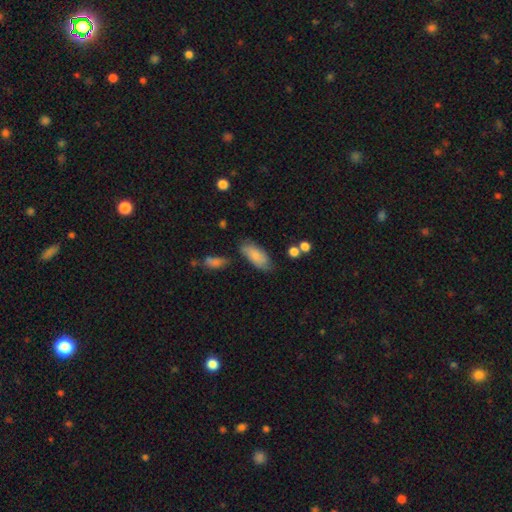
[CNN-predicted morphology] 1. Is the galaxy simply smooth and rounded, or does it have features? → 78% smooth, 15% featured or disk, 7% star or artifact.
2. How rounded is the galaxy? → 86% in between, 11% cigar-shaped, 2% round.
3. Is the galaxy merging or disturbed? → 65% none, 22% minor disturbance, 7% merger, 6% major disturbance.